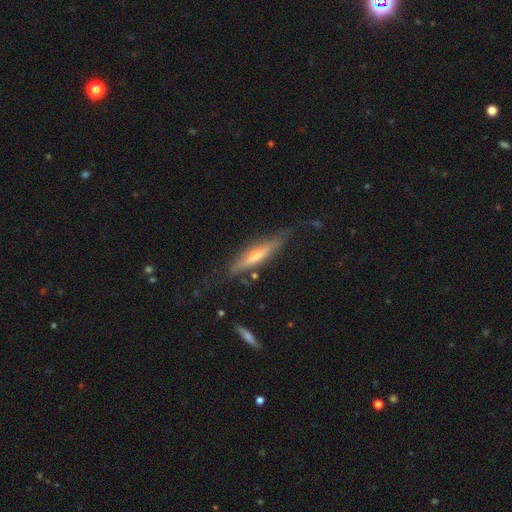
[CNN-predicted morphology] featured or disk 62%, smooth 32%, star or artifact 7%. Down the decision tree: edge-on disk — yes (92%); edge-on bulge — rounded (64%); merging — none (71%).